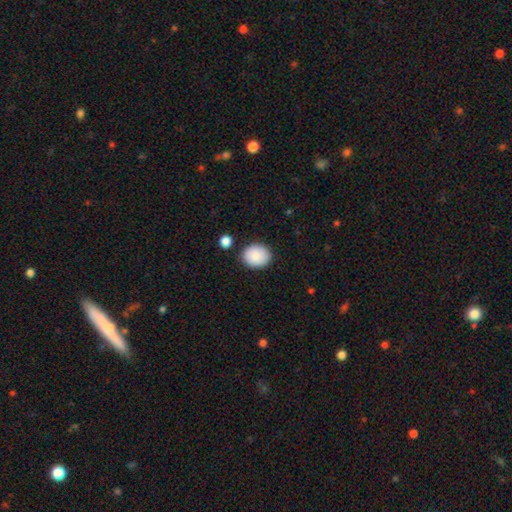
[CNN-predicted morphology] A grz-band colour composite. It shows a smooth galaxy with no disk features (88%) that is round (63%). Merging: none (85%).